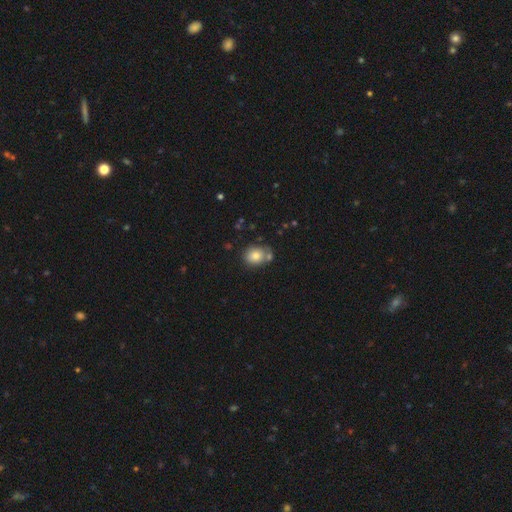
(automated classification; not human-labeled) A smooth galaxy with no disk features (79%) that is round (65%).

Vote fractions:
- Smooth or featured? smooth: 79% / featured or disk: 11% / star or artifact: 10%
- How rounded? round: 65% / in between: 34% / cigar-shaped: 1%
- Merging? none: 65% / merger: 17% / minor disturbance: 14% / major disturbance: 4%